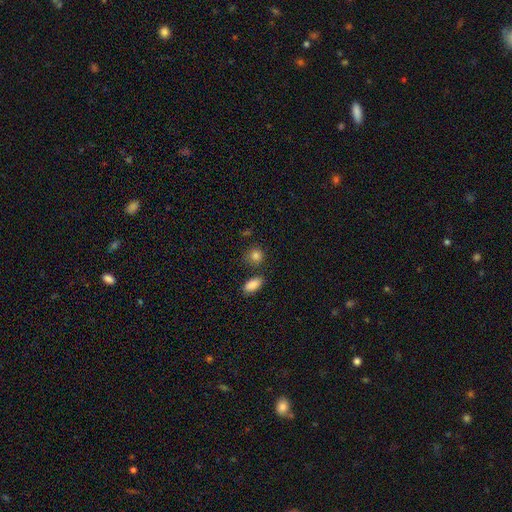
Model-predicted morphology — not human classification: smooth-or-featured: smooth: 84% | star or artifact: 10% | featured or disk: 5%
  how-rounded: round: 74% | in between: 24% | cigar-shaped: 2%
  merging: none: 72% | minor disturbance: 14% | merger: 10% | major disturbance: 4%